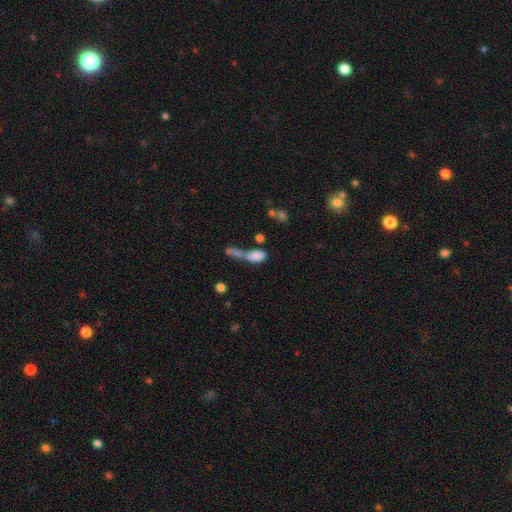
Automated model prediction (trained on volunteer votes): smooth_or_featured: smooth (p=0.75) [alt: featured or disk p=0.15]
how_rounded: in between (p=0.76) [alt: cigar-shaped p=0.14]
merging: merger (p=0.54) [alt: none p=0.20]